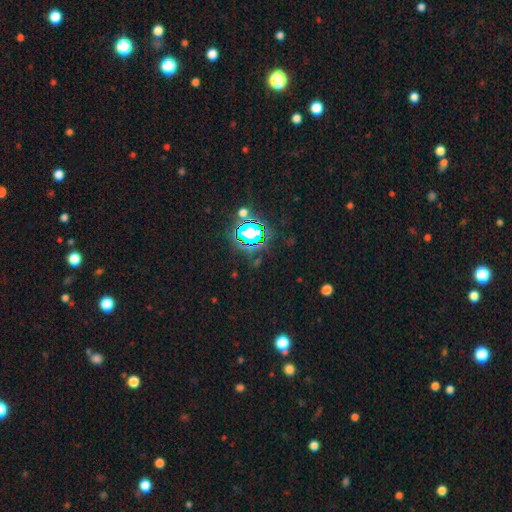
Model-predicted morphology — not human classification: A star or artifact, not a galaxy (81%).

Vote fractions:
- Smooth or featured? star or artifact: 81% / smooth: 12% / featured or disk: 7%